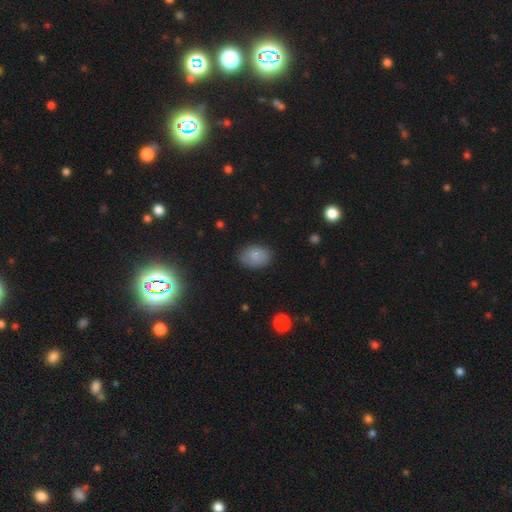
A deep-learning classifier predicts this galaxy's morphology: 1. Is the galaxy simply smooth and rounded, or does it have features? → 80% smooth, 10% featured or disk, 10% star or artifact.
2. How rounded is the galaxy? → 79% in between, 20% round, 1% cigar-shaped.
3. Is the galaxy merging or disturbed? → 81% none, 14% minor disturbance, 4% major disturbance, 1% merger.